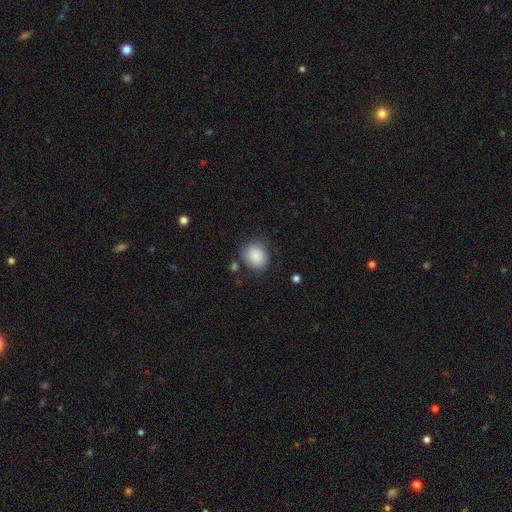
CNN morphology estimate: smooth-or-featured: smooth: 86% | star or artifact: 7% | featured or disk: 6%
  how-rounded: round: 75% | in between: 25% | cigar-shaped: 1%
  merging: none: 74% | minor disturbance: 17% | major disturbance: 6% | merger: 3%